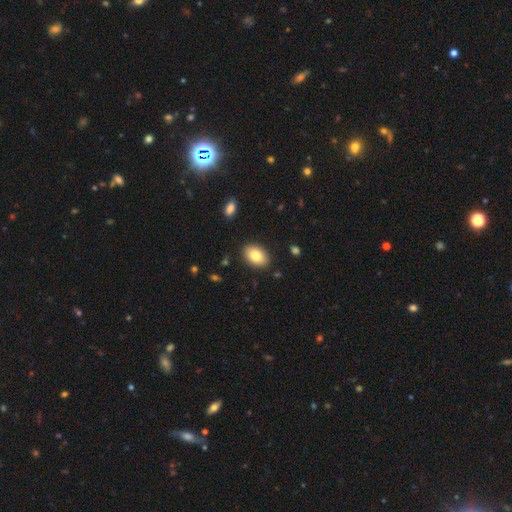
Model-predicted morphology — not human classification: The model was most divided on "smooth or featured": smooth: 82%, featured or disk: 10%, star or artifact: 7%. More confident: merging — none (88%); how rounded — in between (87%).